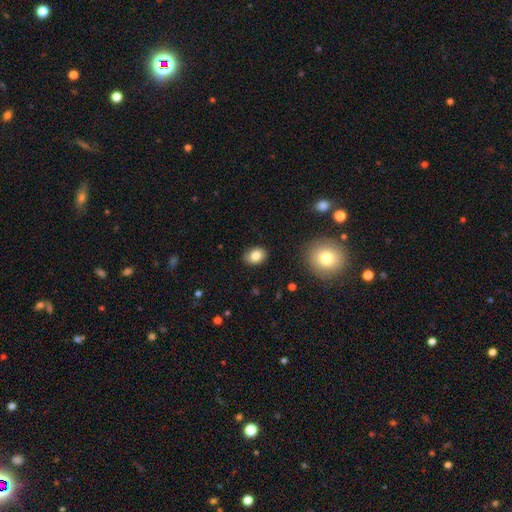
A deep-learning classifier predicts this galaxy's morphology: A smooth galaxy with no disk features (82%) that is in between round and cigar-shaped (68%). Merging: none (86%).